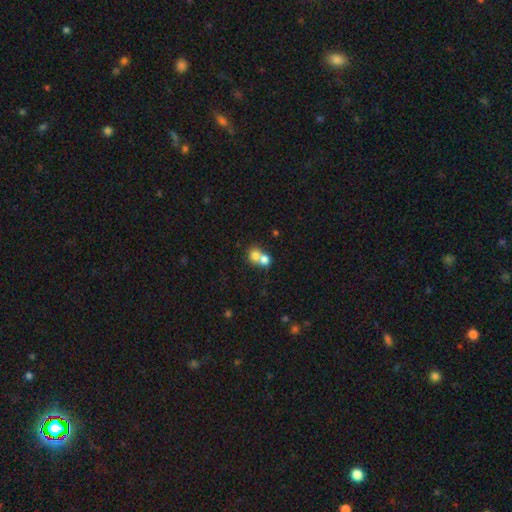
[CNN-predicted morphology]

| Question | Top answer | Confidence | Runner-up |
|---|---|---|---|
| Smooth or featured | smooth | 74% | featured or disk (16%) |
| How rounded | round | 73% | in between (26%) |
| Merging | merger | 68% | none (25%) |